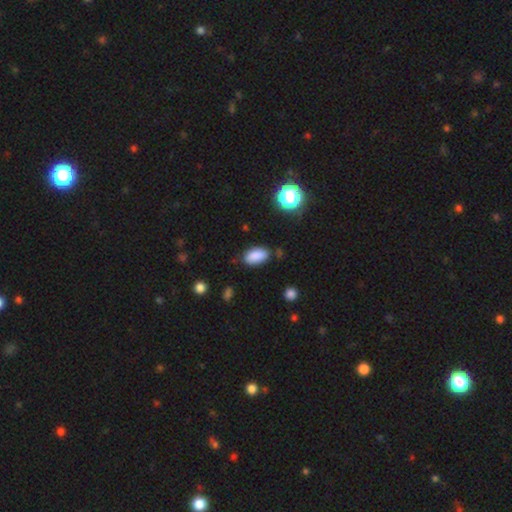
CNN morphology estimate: This appears to be a smooth galaxy with no disk features (87%) that is in between round and cigar-shaped (93%). Merging: none (83%).